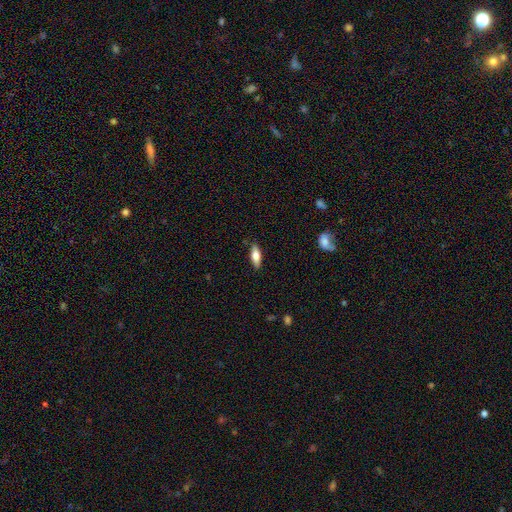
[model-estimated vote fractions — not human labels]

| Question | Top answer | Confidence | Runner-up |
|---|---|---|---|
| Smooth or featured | smooth | 71% | featured or disk (22%) |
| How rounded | in between | 70% | cigar-shaped (27%) |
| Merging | none | 86% | minor disturbance (11%) |